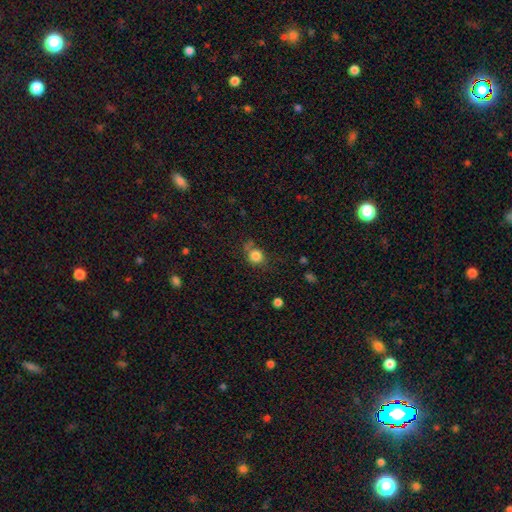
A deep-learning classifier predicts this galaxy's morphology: smooth 83%, star or artifact 11%, featured or disk 6%. Down the decision tree: how rounded — round (80%); merging — none (60%).